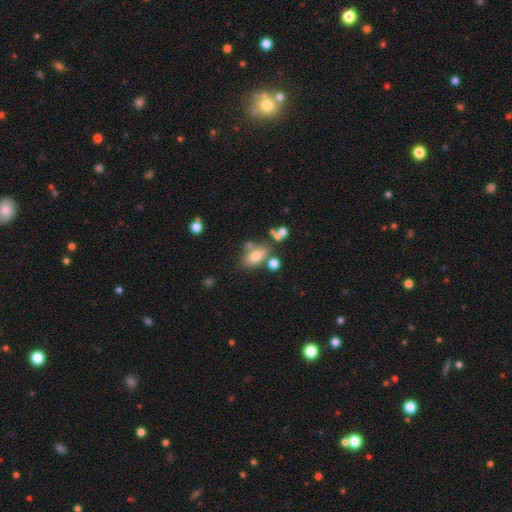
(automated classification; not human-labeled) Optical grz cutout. It shows a smooth galaxy with no disk features (72%) that is in between round and cigar-shaped (84%). Merging: none (59%).